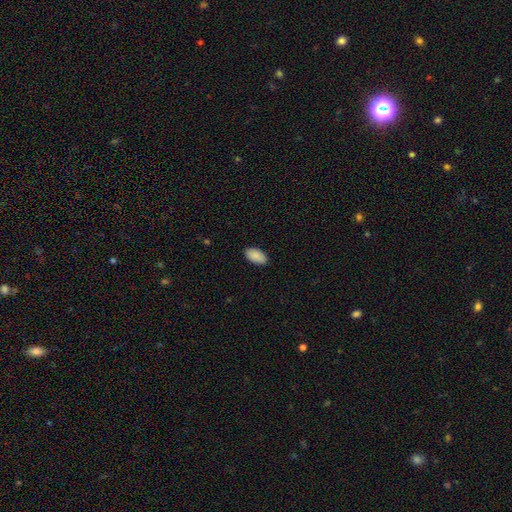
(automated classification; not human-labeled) This appears to be a smooth galaxy with no disk features (91%) that is in between round and cigar-shaped (96%). Merging: none (88%).